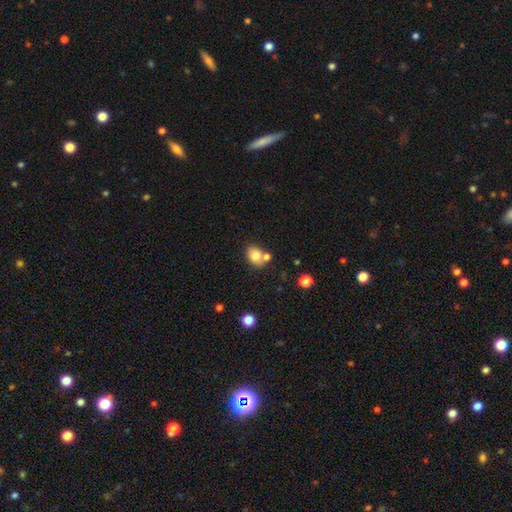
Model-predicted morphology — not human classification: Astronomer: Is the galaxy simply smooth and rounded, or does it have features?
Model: smooth — 79%.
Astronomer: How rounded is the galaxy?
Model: in between — 62%.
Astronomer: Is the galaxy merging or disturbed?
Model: none — 58%.